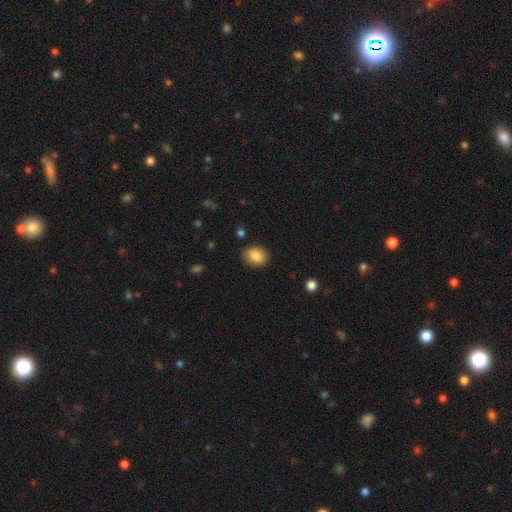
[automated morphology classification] Smooth or featured?
  - smooth: 86% *
  - star or artifact: 8%
  - featured or disk: 6%
How rounded?
  - in between: 52% *
  - round: 47%
  - cigar-shaped: 1%
Merging?
  - none: 87% *
  - minor disturbance: 10%
  - major disturbance: 2%
  - merger: 1%